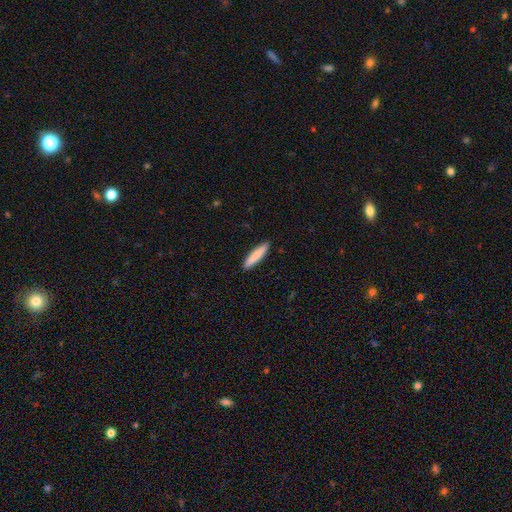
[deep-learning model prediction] smooth_or_featured: smooth (p=0.84) [alt: featured or disk p=0.11]
how_rounded: cigar-shaped (p=0.86) [alt: in between p=0.12]
merging: none (p=0.91) [alt: minor disturbance p=0.07]